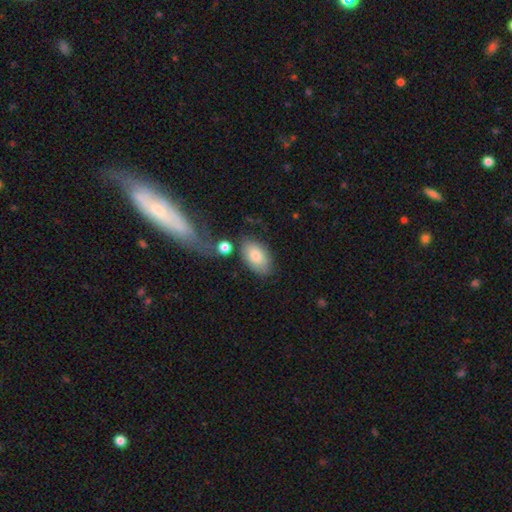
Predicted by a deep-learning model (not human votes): Smooth or featured: smooth — 80% (featured or disk — 14%)
How rounded: in between — 93% (round — 5%)
Merging: none — 66% (minor disturbance — 18%)